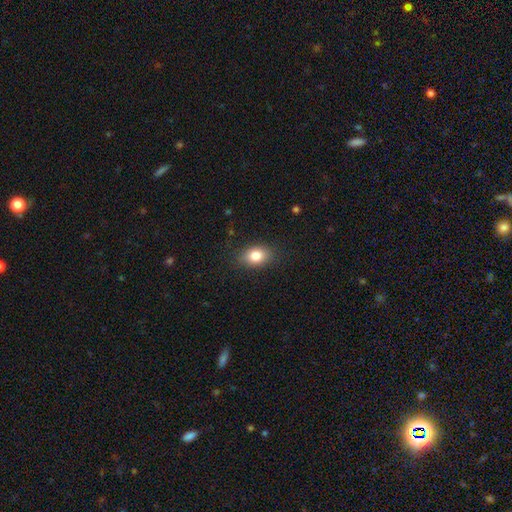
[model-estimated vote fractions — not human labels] The model was most divided on "how rounded": in between: 76%, round: 23%, cigar-shaped: 1%. More confident: merging — none (85%); smooth or featured — smooth (82%).